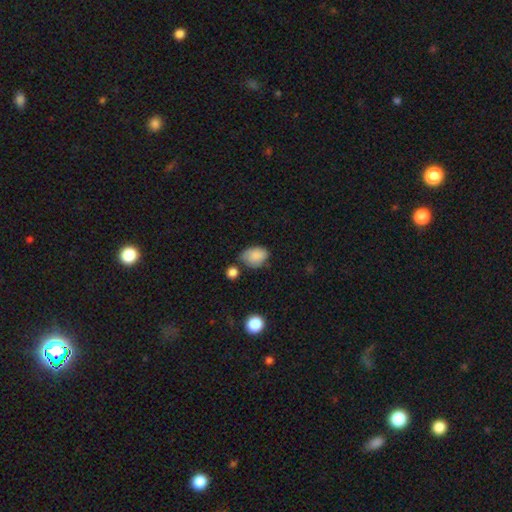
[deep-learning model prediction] A smooth galaxy with no disk features (85%) that is in between round and cigar-shaped (78%).

Vote fractions:
- Smooth or featured? smooth: 85% / star or artifact: 8% / featured or disk: 7%
- How rounded? in between: 78% / round: 21% / cigar-shaped: 1%
- Merging? none: 52% / minor disturbance: 32% / merger: 8% / major disturbance: 8%